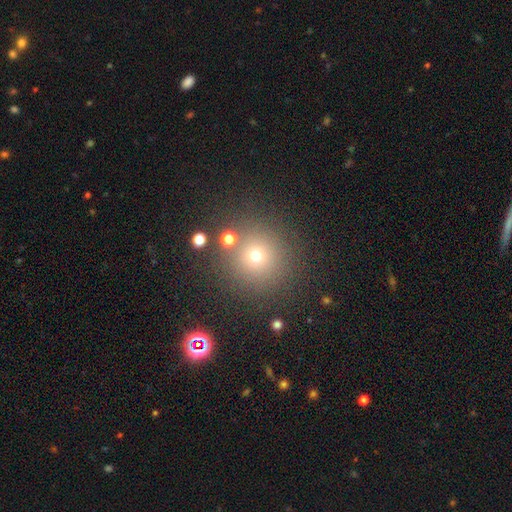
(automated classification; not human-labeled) Smooth or featured?
  - smooth: 68% *
  - star or artifact: 22%
  - featured or disk: 10%
How rounded?
  - round: 94% *
  - in between: 5%
  - cigar-shaped: 1%
Merging?
  - none: 83% *
  - minor disturbance: 8%
  - merger: 5%
  - major disturbance: 4%